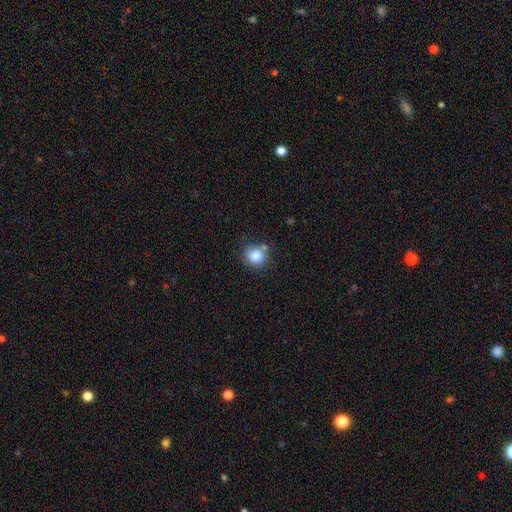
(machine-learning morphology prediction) The model was most divided on "merging": none: 72%, minor disturbance: 14%, merger: 10%, major disturbance: 4%. More confident: how rounded — round (85%); smooth or featured — smooth (83%).